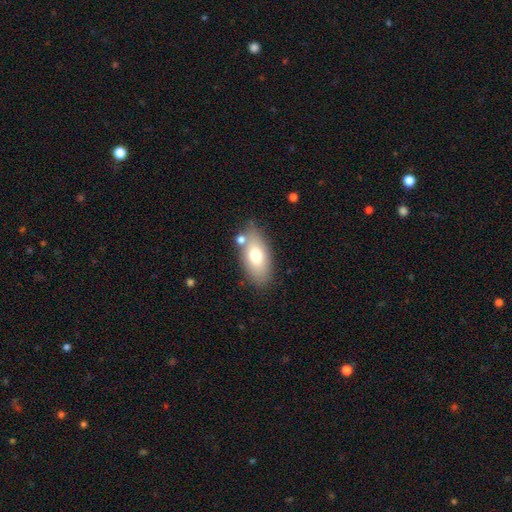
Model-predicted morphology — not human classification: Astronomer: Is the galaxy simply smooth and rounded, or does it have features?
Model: smooth — 71%.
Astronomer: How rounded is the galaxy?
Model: in between — 89%.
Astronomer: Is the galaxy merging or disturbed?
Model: none — 74%.